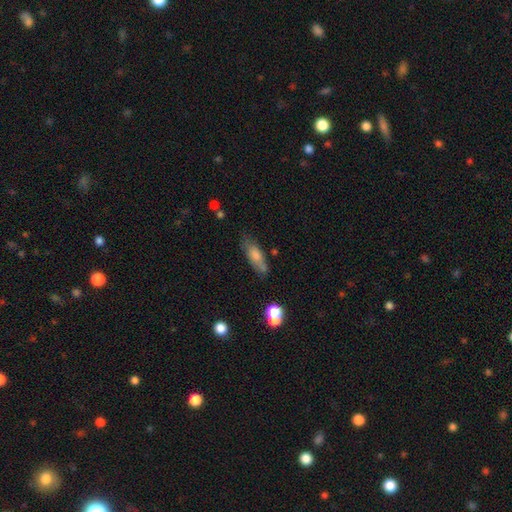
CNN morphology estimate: Smooth or featured? Predicted: smooth (p=0.72). How rounded? Predicted: in between (p=0.62). Merging? Predicted: none (p=0.60).